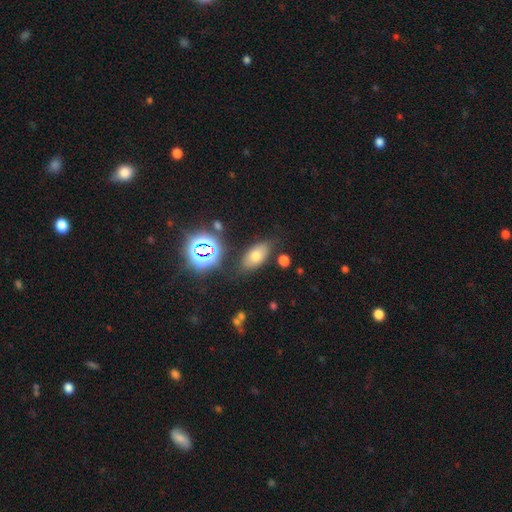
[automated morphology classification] A smooth galaxy with no disk features (67%) that is in between round and cigar-shaped (90%).

Vote fractions:
- Smooth or featured? smooth: 67% / star or artifact: 17% / featured or disk: 16%
- How rounded? in between: 90% / round: 7% / cigar-shaped: 3%
- Merging? none: 76% / minor disturbance: 15% / major disturbance: 5% / merger: 5%